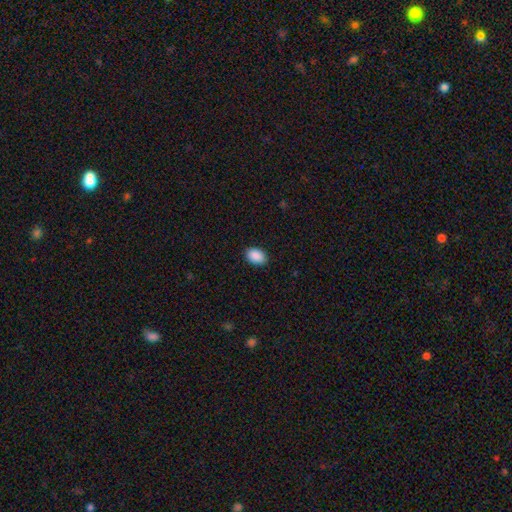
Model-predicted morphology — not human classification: Q: Smooth or featured?
A: smooth (90%); runner-up: star or artifact (7%)
Q: How rounded?
A: in between (86%); runner-up: round (13%)
Q: Merging?
A: none (88%); runner-up: minor disturbance (9%)